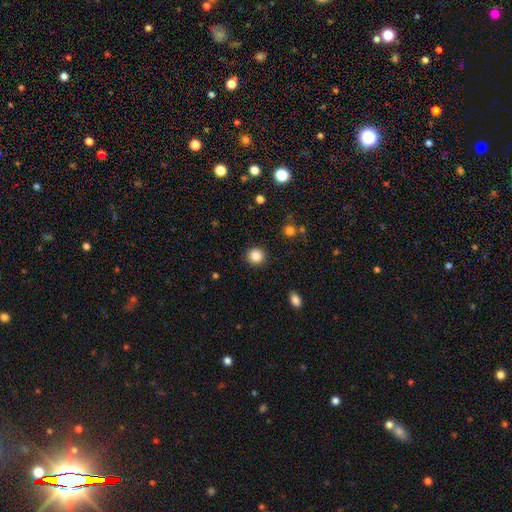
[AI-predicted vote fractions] smooth_or_featured: smooth (p=0.84) [alt: star or artifact p=0.11]
how_rounded: round (p=0.91) [alt: in between p=0.08]
merging: none (p=0.91) [alt: minor disturbance p=0.06]